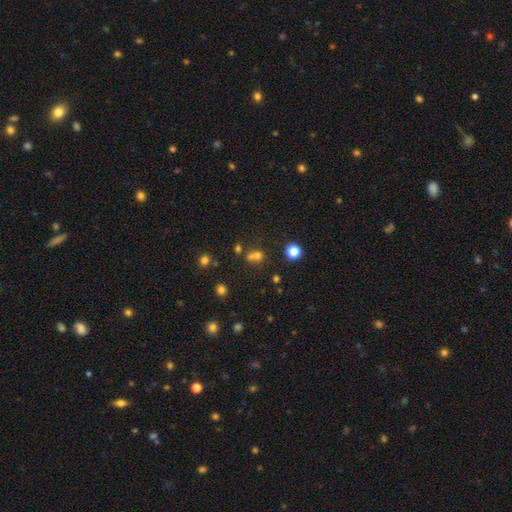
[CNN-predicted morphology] This appears to be a smooth galaxy with no disk features (59%) that is round (62%). Merging: none (49%).